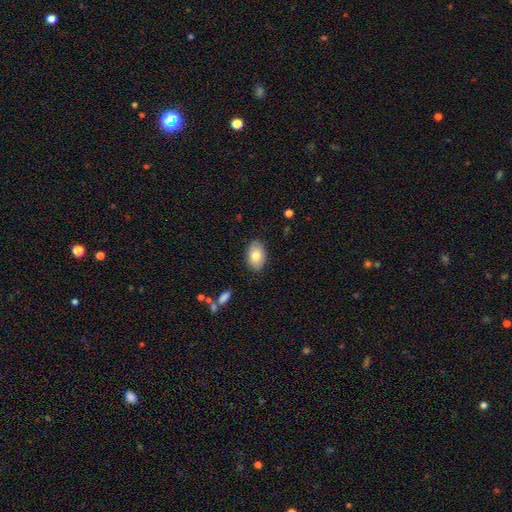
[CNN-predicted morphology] This is likely a smooth galaxy (79%). How rounded: clearly in between (89%). Merging: clearly none (85%).